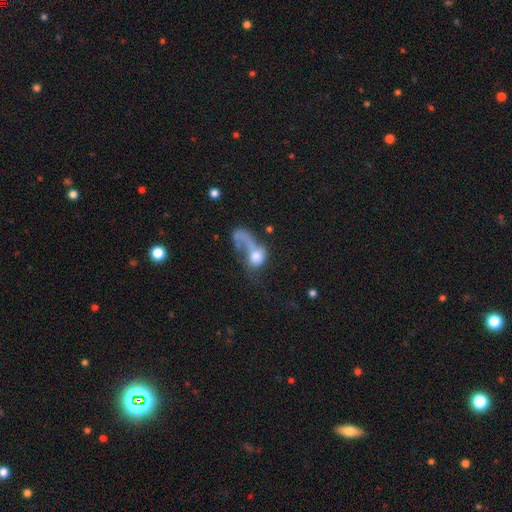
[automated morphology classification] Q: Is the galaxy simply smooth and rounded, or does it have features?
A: smooth — 53%.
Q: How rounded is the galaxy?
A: in between — 59%.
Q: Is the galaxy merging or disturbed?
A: major disturbance — 53%.